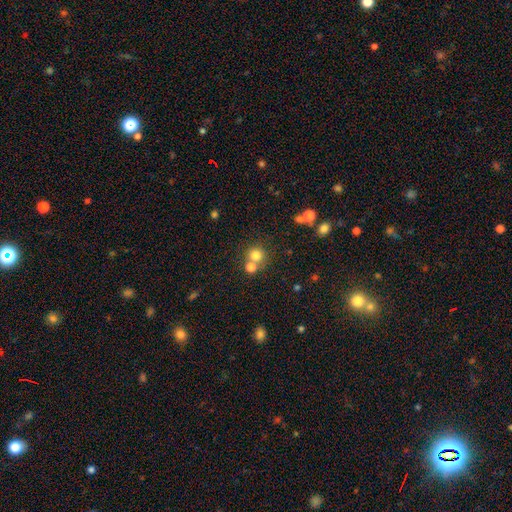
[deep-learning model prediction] Morphology: type=smooth (76%); roundness=round (88%); merging=none (55%).